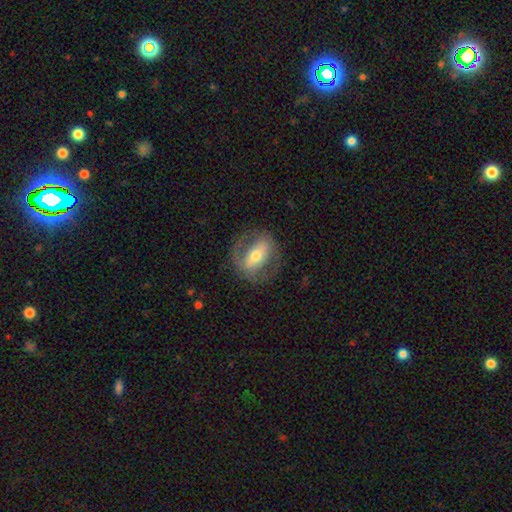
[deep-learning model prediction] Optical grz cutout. It shows a featured or disk galaxy (62%) with a strong bar (55%), no spiral arms (54%) and a moderate central bulge (65%). Merging: none (74%).